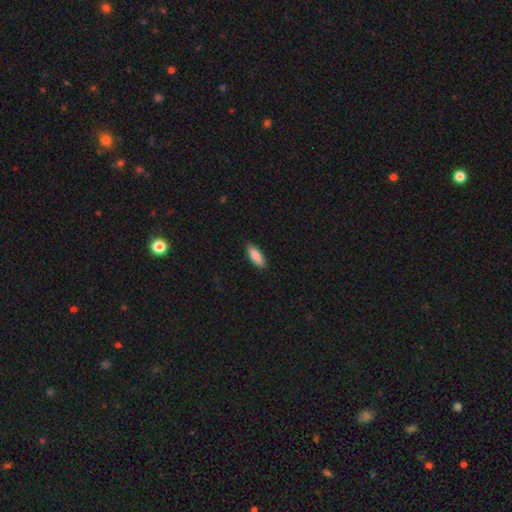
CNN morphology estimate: Smooth or featured? Predicted: smooth (p=0.88). How rounded? Predicted: in between (p=0.67). Merging? Predicted: none (p=0.87).